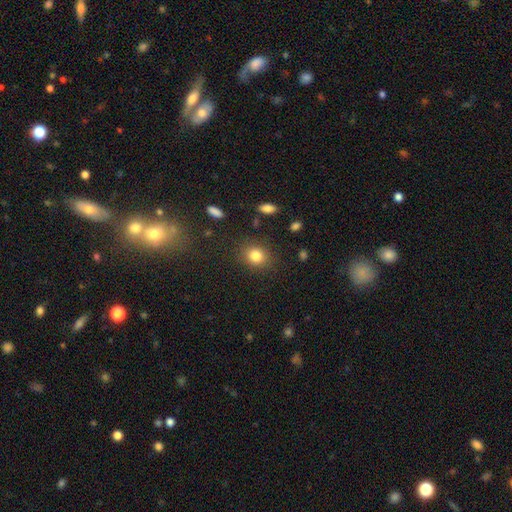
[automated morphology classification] Smooth or featured? smooth (82%)
How rounded? round (67%)
Merging? none (84%)